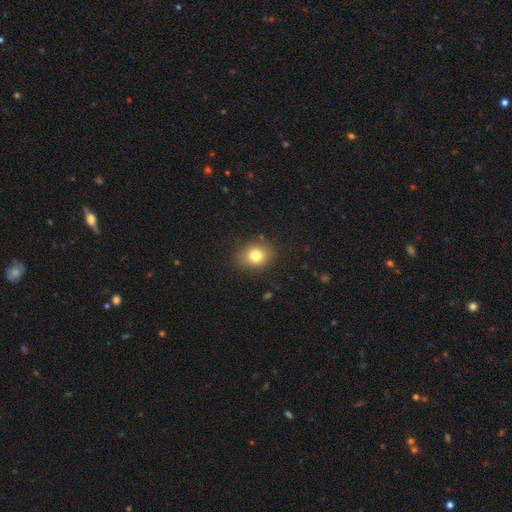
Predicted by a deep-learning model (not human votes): smooth_or_featured: smooth (p=0.79) [alt: star or artifact p=0.12]
how_rounded: round (p=0.56) [alt: in between p=0.43]
merging: none (p=0.85) [alt: minor disturbance p=0.10]